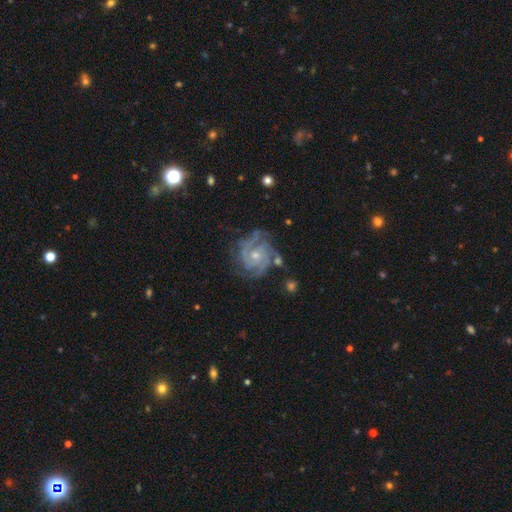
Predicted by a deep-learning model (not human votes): A featured or disk galaxy (90%) with no bar (72%), 3 (37%) tight (67%) spiral arms (98%) and a small central bulge (55%). Merging: none (69%).